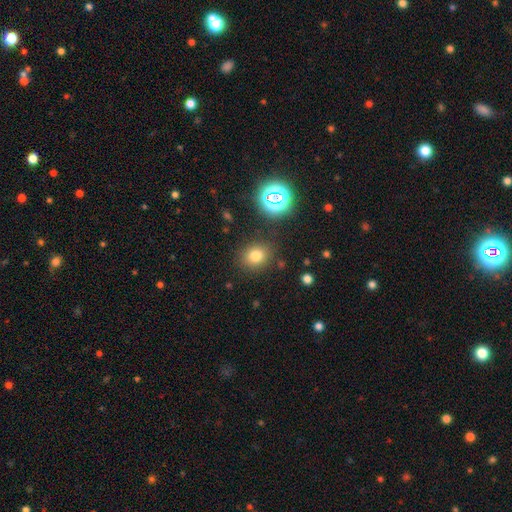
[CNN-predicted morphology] Smooth or featured? smooth (75%)
How rounded? round (68%)
Merging? none (84%)